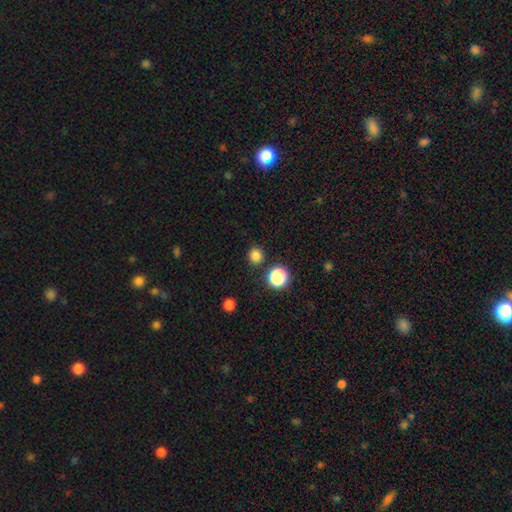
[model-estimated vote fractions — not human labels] Smooth or featured? Predicted: smooth (p=0.81). How rounded? Predicted: round (p=0.93). Merging? Predicted: none (p=0.89).